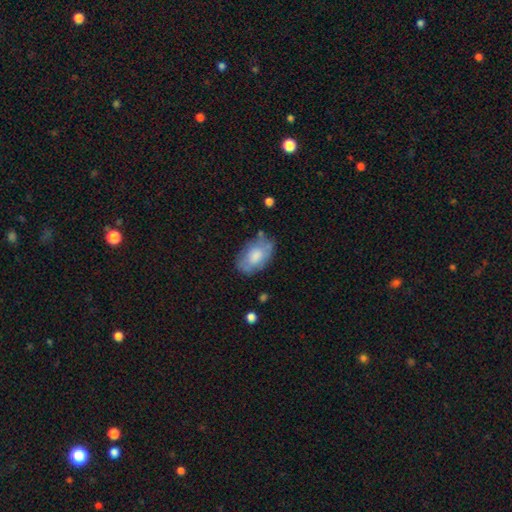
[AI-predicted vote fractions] Smooth or featured? Predicted: smooth (p=0.70). How rounded? Predicted: in between (p=0.91). Merging? Predicted: none (p=0.66).